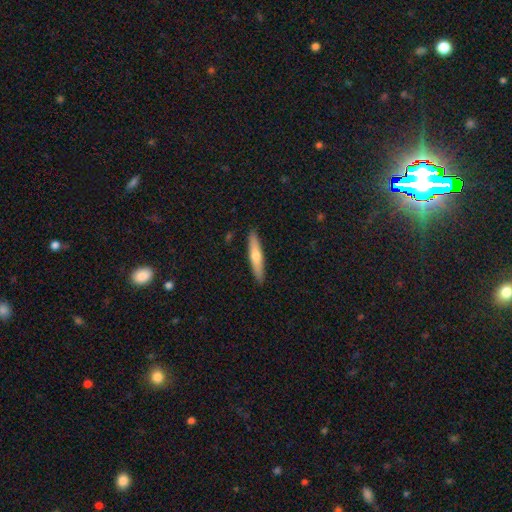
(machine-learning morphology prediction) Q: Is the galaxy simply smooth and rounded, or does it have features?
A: smooth — 56%.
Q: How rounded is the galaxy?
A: cigar-shaped — 90%.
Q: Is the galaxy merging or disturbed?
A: none — 91%.